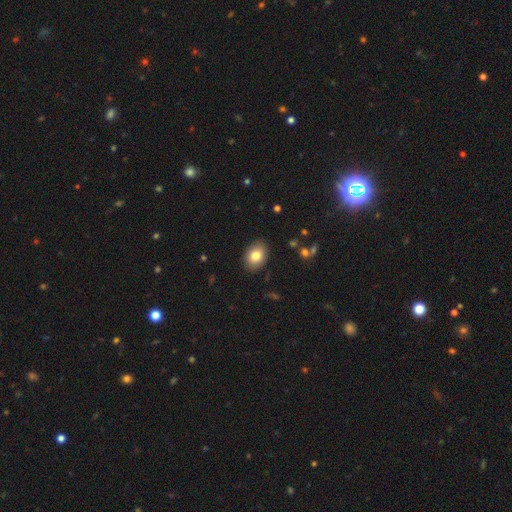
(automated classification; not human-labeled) This appears to be a smooth galaxy with no disk features (82%) that is in between round and cigar-shaped (75%). Merging: none (89%).